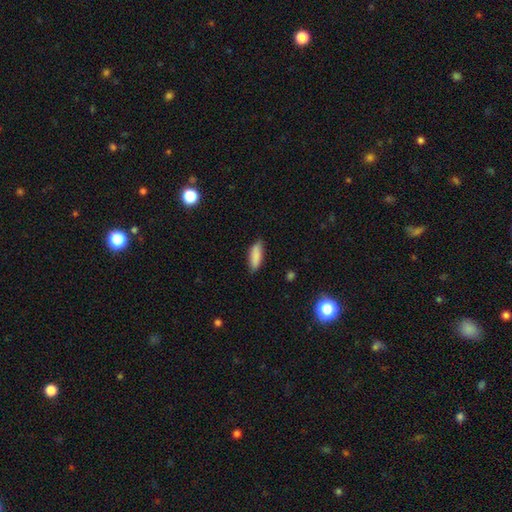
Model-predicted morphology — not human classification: A smooth galaxy with no disk features (87%) that is in between round and cigar-shaped (61%). Merging: none (82%).